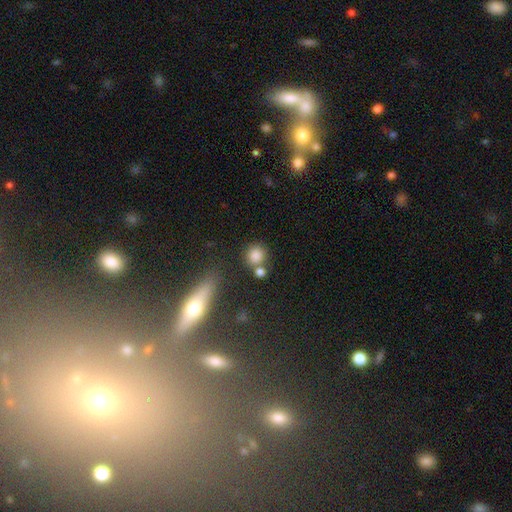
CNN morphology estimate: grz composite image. It shows a smooth galaxy with no disk features (82%) that is round (85%). Merging: none (61%).